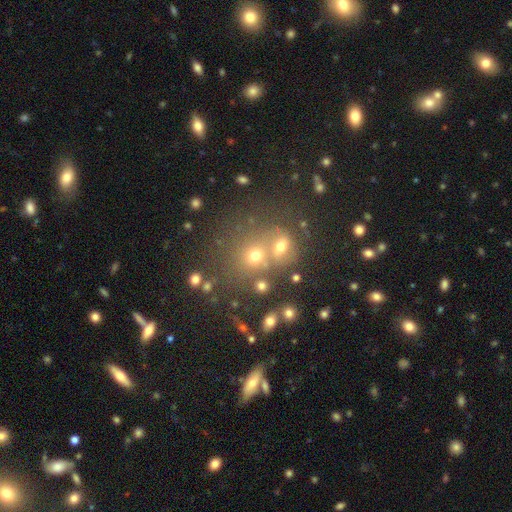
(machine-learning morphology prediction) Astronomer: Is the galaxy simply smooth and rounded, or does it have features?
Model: smooth — 54%.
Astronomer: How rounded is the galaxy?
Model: round — 77%.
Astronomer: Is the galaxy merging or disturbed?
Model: none — 48% (runner-up: merger, 40%).